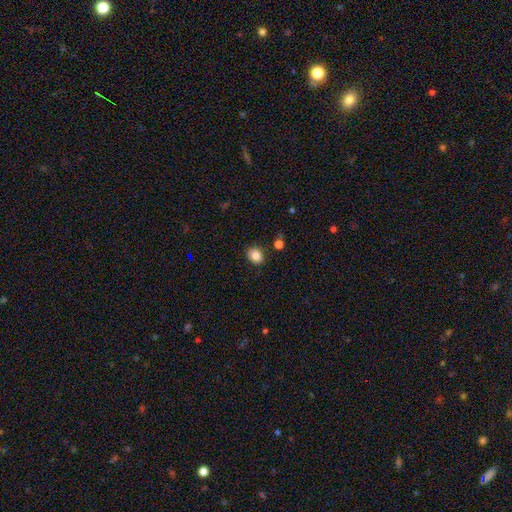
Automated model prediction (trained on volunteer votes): Smooth or featured?
  - smooth: 85% *
  - star or artifact: 10%
  - featured or disk: 5%
How rounded?
  - round: 58% *
  - in between: 41%
  - cigar-shaped: 1%
Merging?
  - none: 85% *
  - minor disturbance: 10%
  - merger: 3%
  - major disturbance: 2%